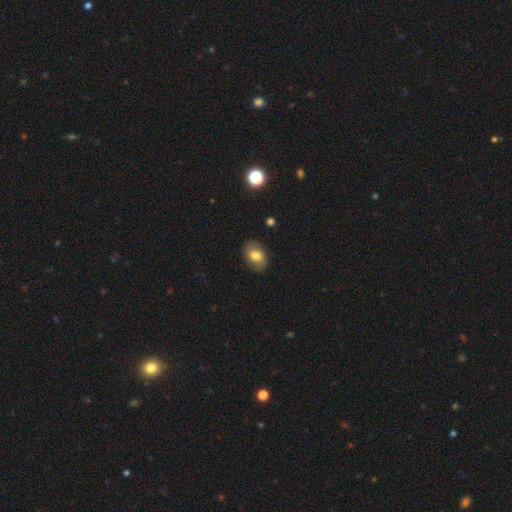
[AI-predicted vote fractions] A smooth galaxy with no disk features (71%) that is in between round and cigar-shaped (75%). Merging: none (82%).